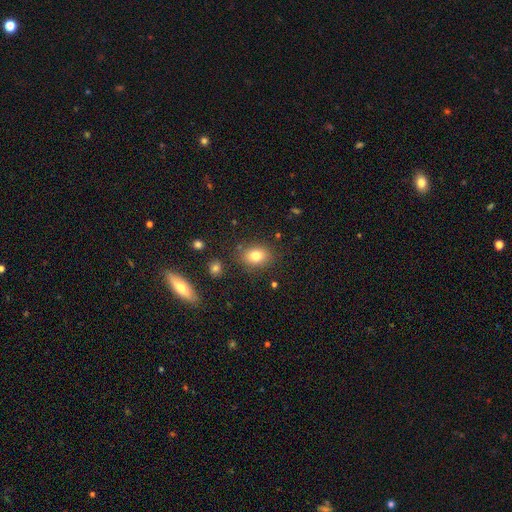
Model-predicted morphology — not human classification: The model was most divided on "how rounded": in between: 58%, round: 40%, cigar-shaped: 1%. More confident: merging — none (83%); smooth or featured — smooth (79%).